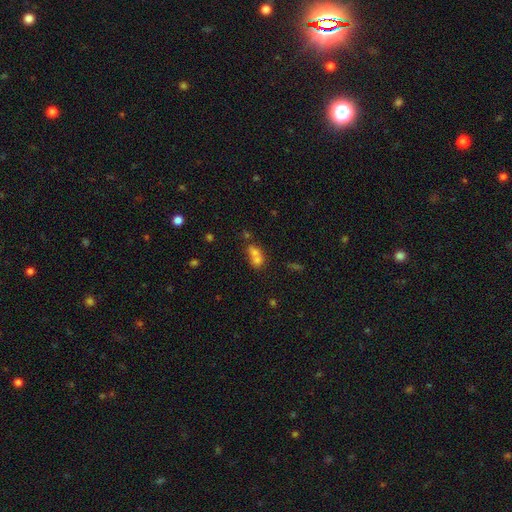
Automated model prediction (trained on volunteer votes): This appears to be a smooth galaxy with no disk features (67%) that is round (56%). Merging: merger (68%).